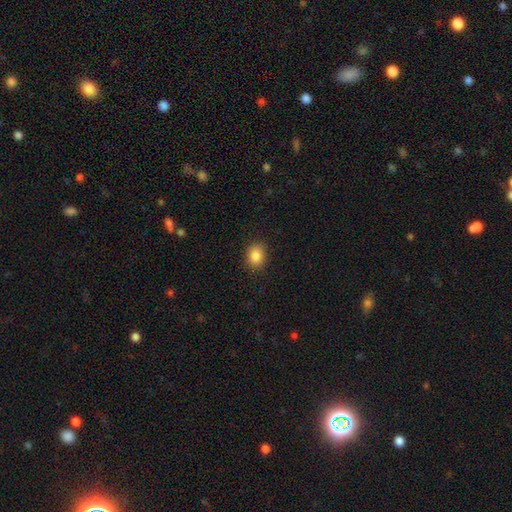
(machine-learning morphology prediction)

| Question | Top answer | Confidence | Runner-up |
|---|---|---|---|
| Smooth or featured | smooth | 85% | star or artifact (9%) |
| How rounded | round | 50% | in between (49%) |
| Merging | none | 88% | minor disturbance (9%) |